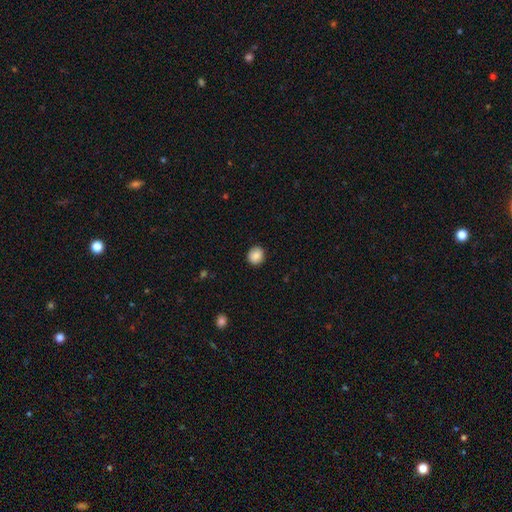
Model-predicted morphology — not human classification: smooth_or_featured: smooth (p=0.87) [alt: star or artifact p=0.08]
how_rounded: round (p=0.86) [alt: in between p=0.13]
merging: none (p=0.90) [alt: minor disturbance p=0.07]